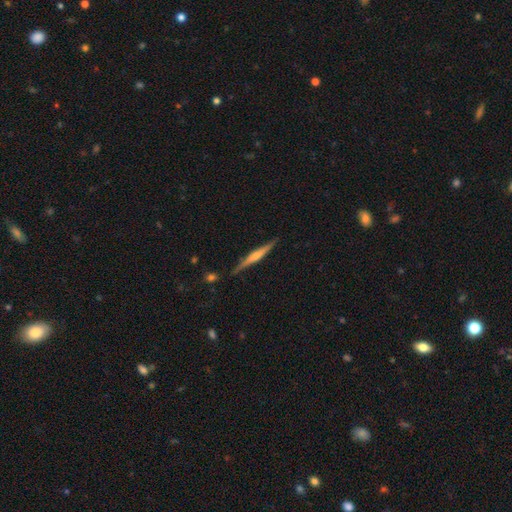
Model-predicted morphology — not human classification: Overall: featured or disk (63%; smooth 31%). Edge-on disk: yes (98%). Edge-on bulge: rounded (55%; boxy 23%). Merging: none (86%).